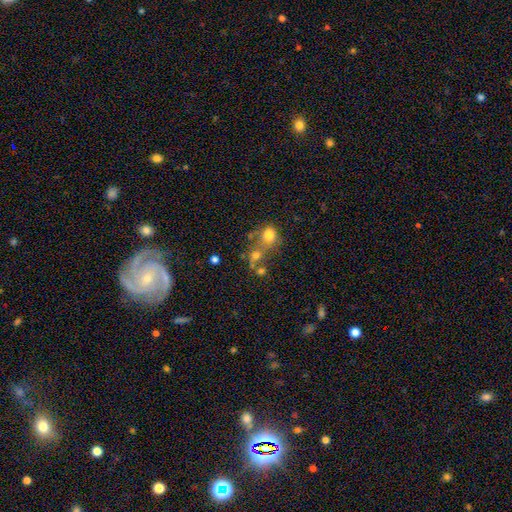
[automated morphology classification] smooth-or-featured: smooth: 65% | star or artifact: 18% | featured or disk: 17%
  how-rounded: round: 69% | in between: 29% | cigar-shaped: 2%
  merging: merger: 46% | none: 37% | minor disturbance: 9% | major disturbance: 8%